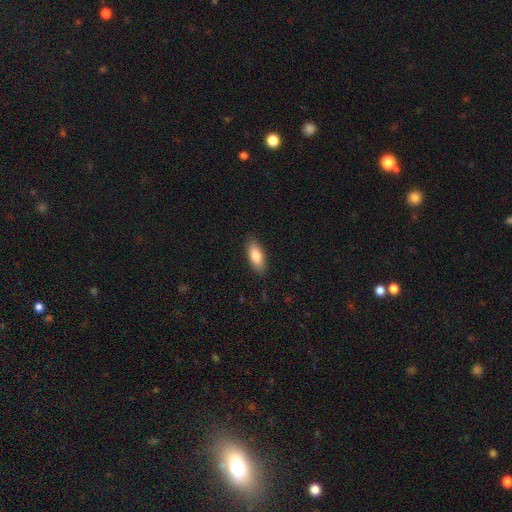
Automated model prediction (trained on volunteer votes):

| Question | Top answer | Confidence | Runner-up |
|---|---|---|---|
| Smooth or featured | smooth | 84% | featured or disk (10%) |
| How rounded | in between | 78% | cigar-shaped (20%) |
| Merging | none | 87% | minor disturbance (9%) |